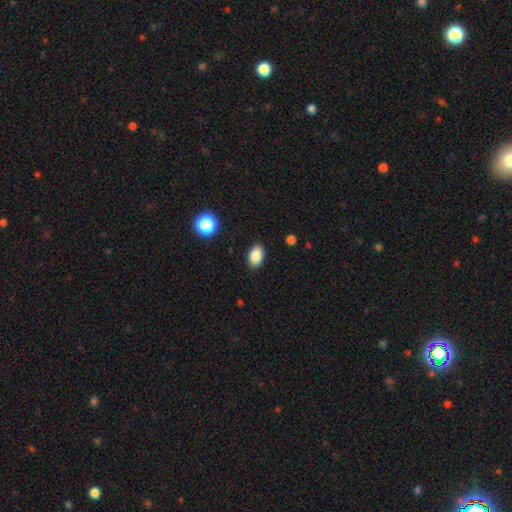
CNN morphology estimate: A smooth galaxy with no disk features (87%) that is in between round and cigar-shaped (86%). Merging: none (87%).